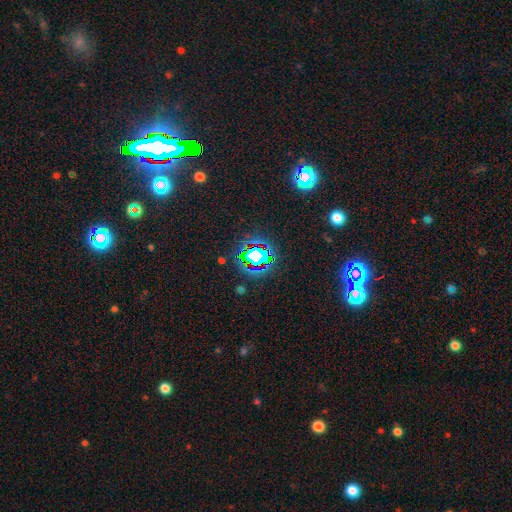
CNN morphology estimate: A star or artifact, not a galaxy (68%).

Vote fractions:
- Smooth or featured? star or artifact: 68% / smooth: 19% / featured or disk: 14%